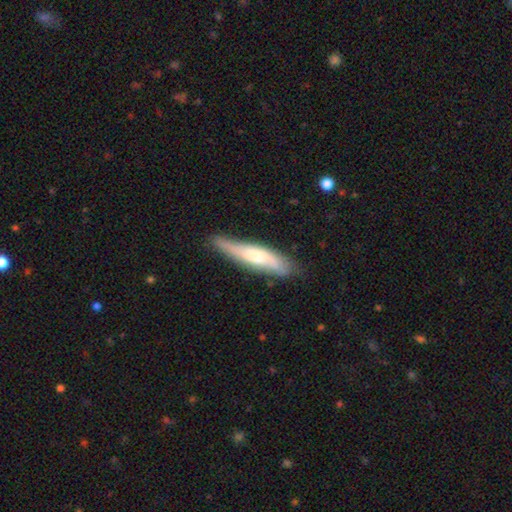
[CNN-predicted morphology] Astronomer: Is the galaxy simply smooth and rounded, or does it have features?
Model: featured or disk — 51% (runner-up: smooth, 42%).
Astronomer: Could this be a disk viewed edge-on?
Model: yes — 76%.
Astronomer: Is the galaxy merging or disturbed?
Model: none — 77%.